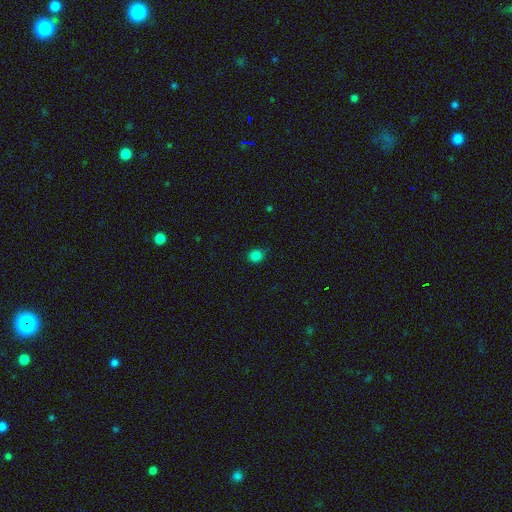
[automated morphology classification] Smooth or featured?
  - smooth: 83% *
  - star or artifact: 14%
  - featured or disk: 3%
How rounded?
  - round: 81% *
  - in between: 18%
  - cigar-shaped: 1%
Merging?
  - none: 87% *
  - minor disturbance: 10%
  - major disturbance: 2%
  - merger: 1%